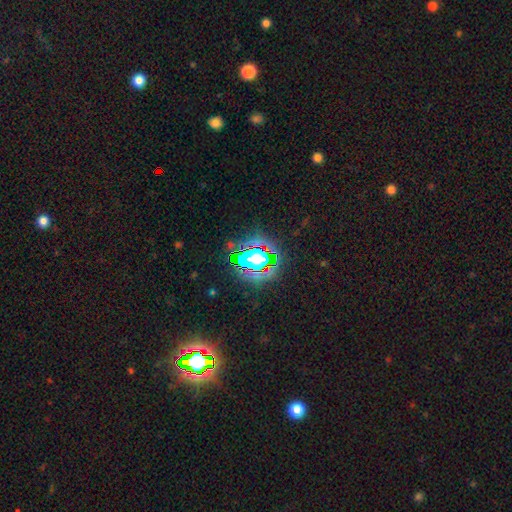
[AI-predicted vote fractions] A star or artifact, not a galaxy (81%).

Vote fractions:
- Smooth or featured? star or artifact: 81% / smooth: 11% / featured or disk: 8%